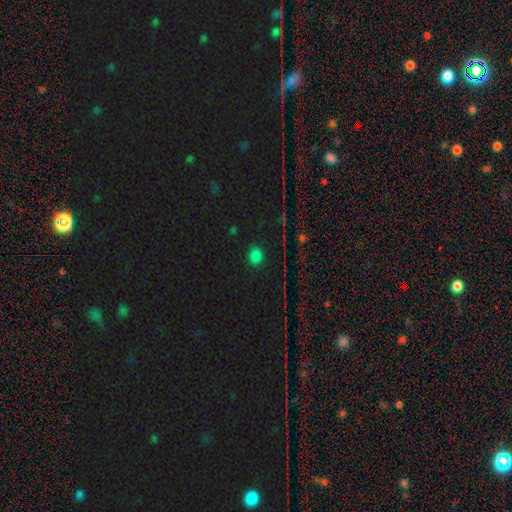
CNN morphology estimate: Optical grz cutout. It shows a smooth galaxy with no disk features (68%) that is round (72%). Merging: none (88%).